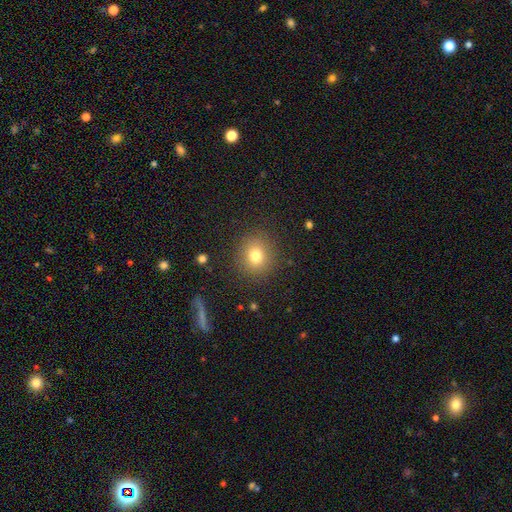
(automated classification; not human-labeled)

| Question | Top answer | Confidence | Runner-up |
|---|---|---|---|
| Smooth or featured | smooth | 77% | star or artifact (14%) |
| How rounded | round | 84% | in between (15%) |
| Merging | none | 88% | minor disturbance (8%) |